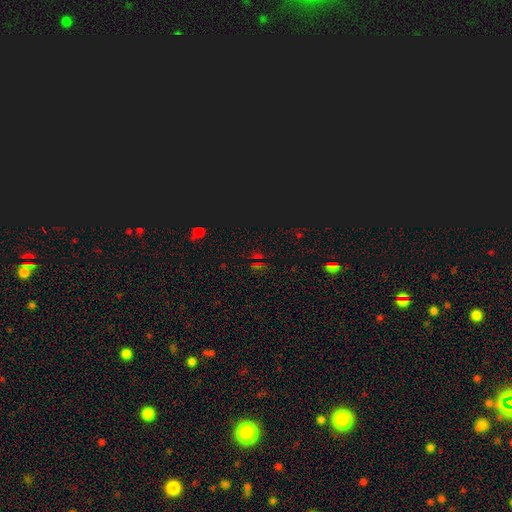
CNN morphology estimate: Smooth or featured? Predicted: star or artifact (p=0.72).